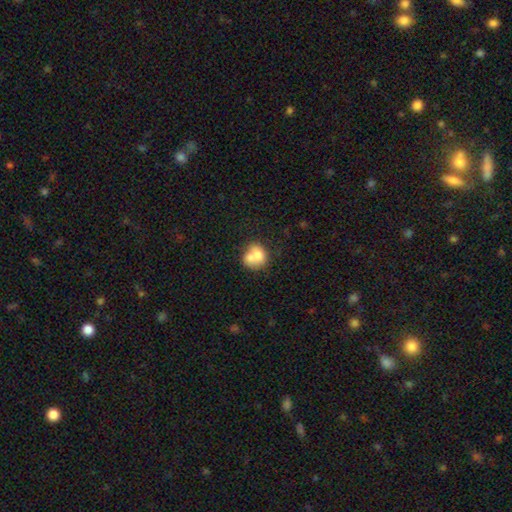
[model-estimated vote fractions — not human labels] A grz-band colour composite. It shows a smooth galaxy with no disk features (71%) that is round (63%). Merging: merger (59%).